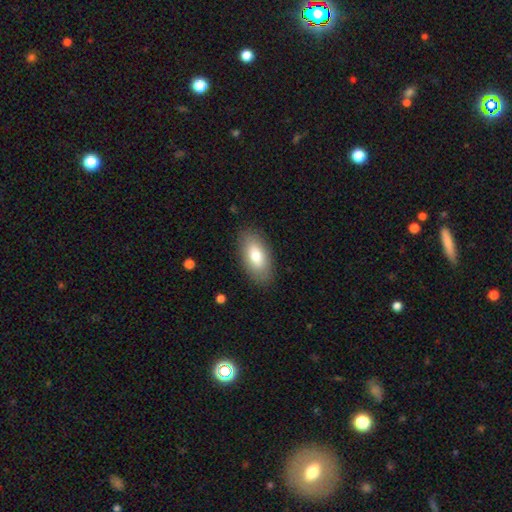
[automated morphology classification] type=smooth (77%); roundness=in between (92%); merging=none (86%).